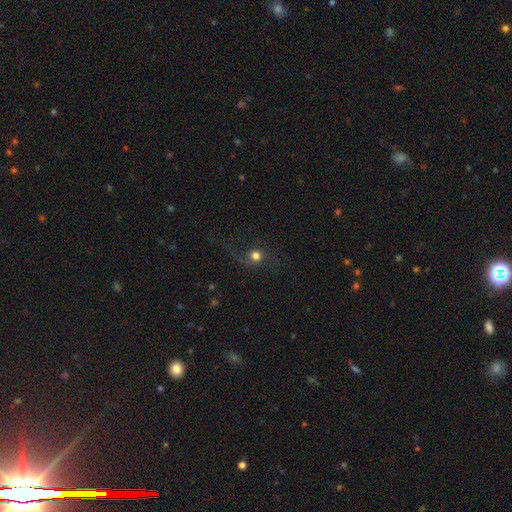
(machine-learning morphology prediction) Smooth or featured? smooth (45%)
Merging? none (58%)